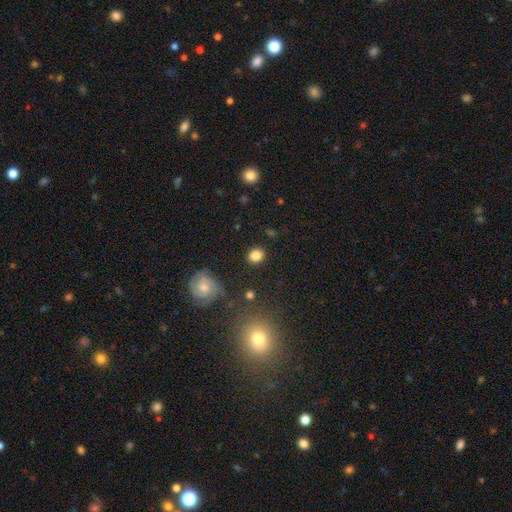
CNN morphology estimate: smooth-or-featured: smooth: 81% | star or artifact: 10% | featured or disk: 9%
  how-rounded: round: 64% | in between: 34% | cigar-shaped: 1%
  merging: none: 86% | minor disturbance: 9% | major disturbance: 3% | merger: 2%